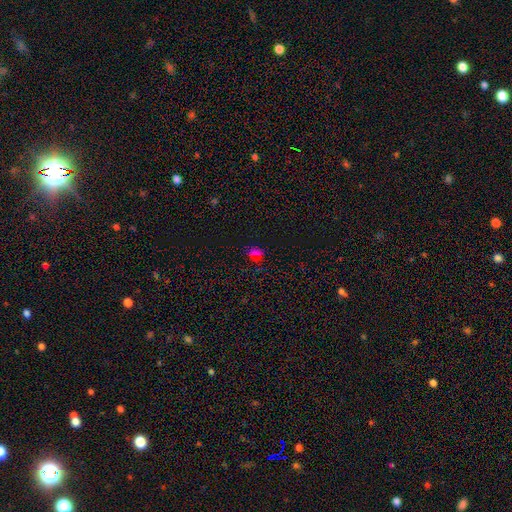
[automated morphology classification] smooth 55%, star or artifact 37%, featured or disk 7%. Down the decision tree: how rounded — in between (51%); merging — none (80%).